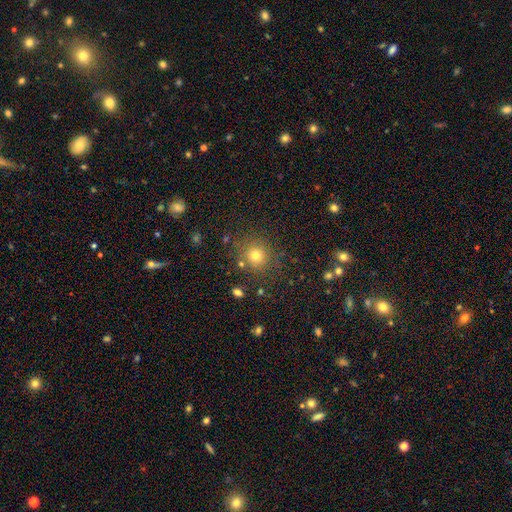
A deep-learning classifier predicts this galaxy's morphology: Smooth or featured?
  - smooth: 75% *
  - star or artifact: 17%
  - featured or disk: 9%
How rounded?
  - round: 90% *
  - in between: 9%
  - cigar-shaped: 1%
Merging?
  - none: 82% *
  - minor disturbance: 10%
  - merger: 5%
  - major disturbance: 4%